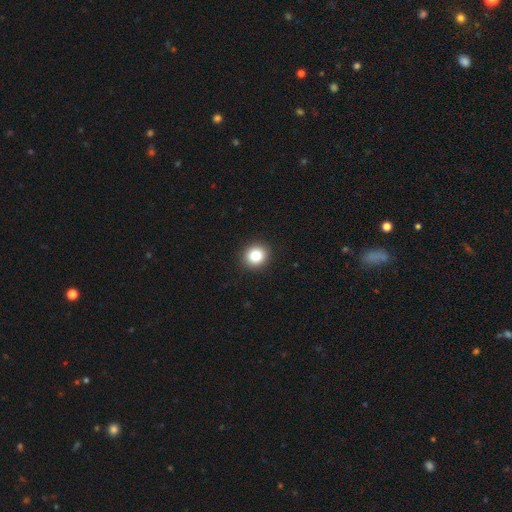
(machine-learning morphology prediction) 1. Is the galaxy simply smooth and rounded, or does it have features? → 84% smooth, 10% star or artifact, 6% featured or disk.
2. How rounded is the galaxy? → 84% round, 15% in between, 1% cigar-shaped.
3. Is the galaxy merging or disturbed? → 92% none, 5% minor disturbance, 2% major disturbance, 1% merger.